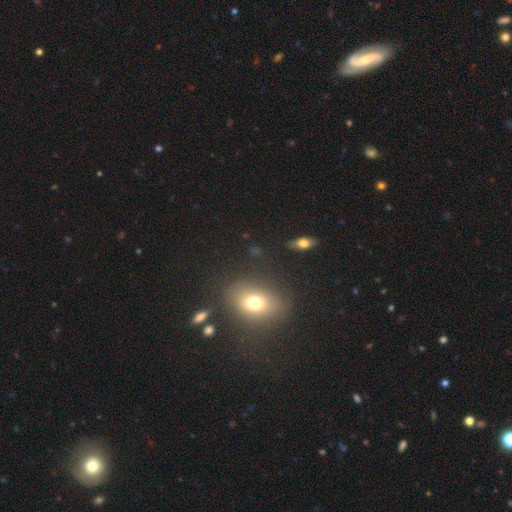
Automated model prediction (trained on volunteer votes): A smooth galaxy with no disk features (61%) that is in between round and cigar-shaped (59%). Merging: none (80%).